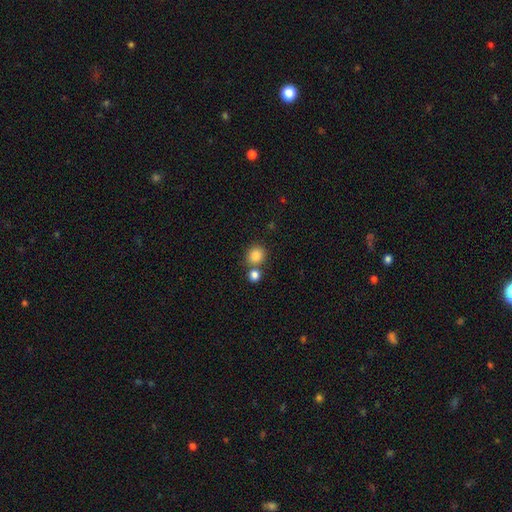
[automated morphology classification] The model was most divided on "merging": none: 64%, merger: 24%, minor disturbance: 8%, major disturbance: 3%. More confident: smooth or featured — smooth (84%); how rounded — round (81%).